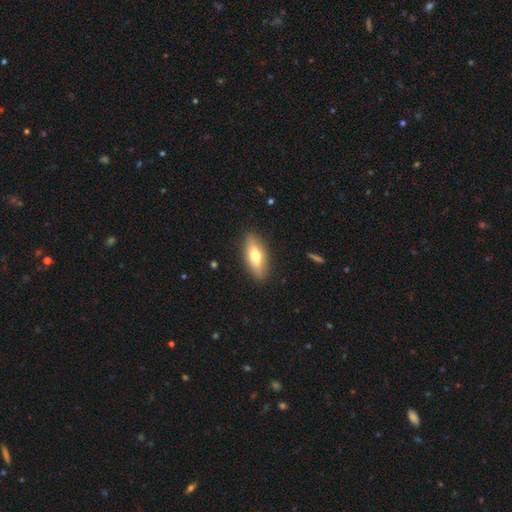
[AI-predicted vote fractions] A smooth galaxy with no disk features (54%) that is in between round and cigar-shaped (62%). Merging: none (88%).